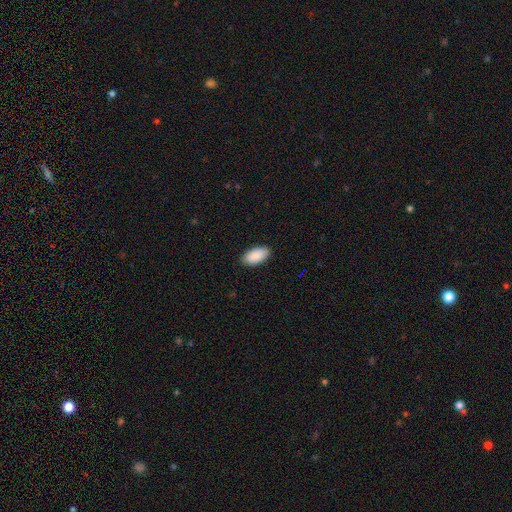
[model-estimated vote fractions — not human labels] smooth-or-featured: smooth: 91% | star or artifact: 6% | featured or disk: 3%
  how-rounded: in between: 95% | cigar-shaped: 4% | round: 2%
  merging: none: 88% | minor disturbance: 9% | major disturbance: 2% | merger: 1%